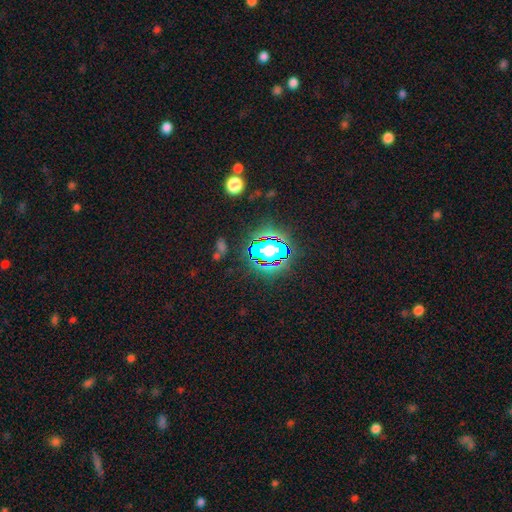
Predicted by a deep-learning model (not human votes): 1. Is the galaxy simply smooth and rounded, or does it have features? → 66% star or artifact, 21% smooth, 13% featured or disk.